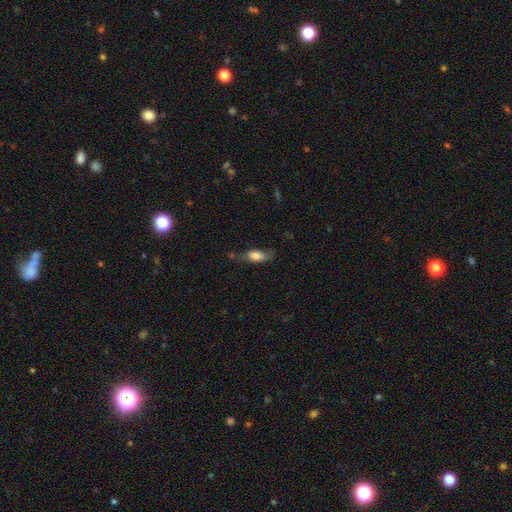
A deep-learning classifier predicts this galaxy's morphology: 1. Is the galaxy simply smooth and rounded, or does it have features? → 67% smooth, 26% featured or disk, 7% star or artifact.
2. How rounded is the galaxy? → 73% in between, 23% cigar-shaped, 5% round.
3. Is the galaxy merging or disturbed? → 53% none, 31% minor disturbance, 11% major disturbance, 5% merger.